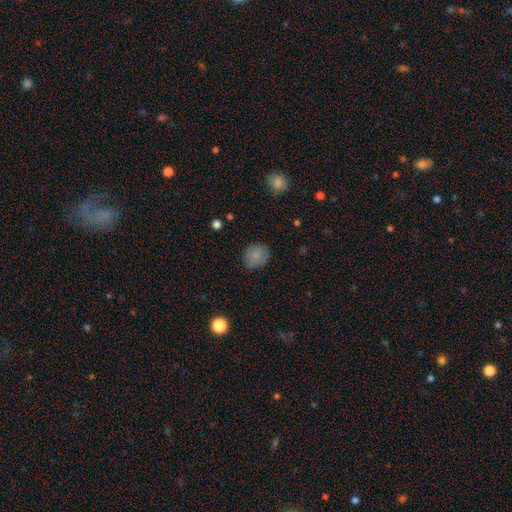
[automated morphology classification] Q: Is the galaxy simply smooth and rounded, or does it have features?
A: smooth — 82%.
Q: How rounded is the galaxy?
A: round — 65%.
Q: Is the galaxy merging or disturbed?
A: none — 81%.